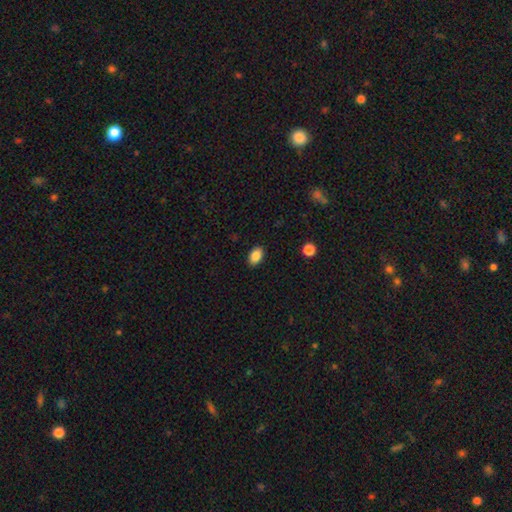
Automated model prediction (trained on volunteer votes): This appears to be a smooth galaxy with no disk features (86%) that is in between round and cigar-shaped (87%). Merging: none (89%).